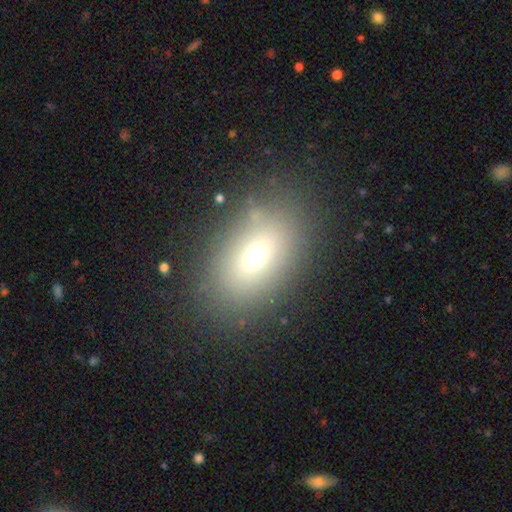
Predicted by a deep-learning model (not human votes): Q: Smooth or featured?
A: smooth (65%); runner-up: featured or disk (18%)
Q: How rounded?
A: in between (79%); runner-up: round (19%)
Q: Merging?
A: none (82%); runner-up: minor disturbance (10%)